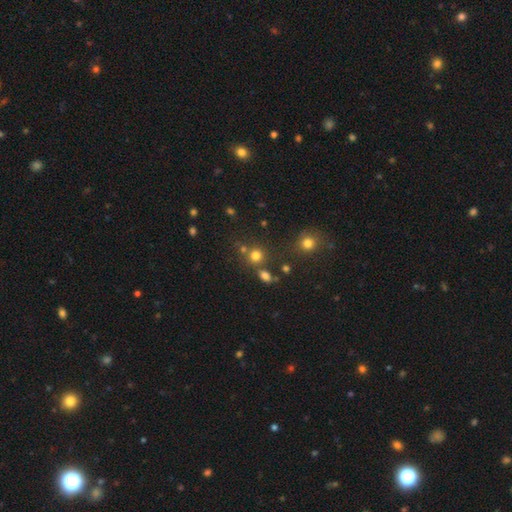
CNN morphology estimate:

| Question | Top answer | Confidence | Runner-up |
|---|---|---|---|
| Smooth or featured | smooth | 75% | star or artifact (18%) |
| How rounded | round | 85% | in between (14%) |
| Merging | none | 69% | merger (18%) |